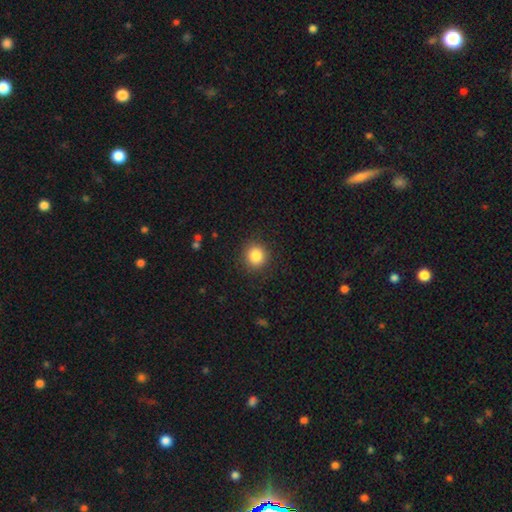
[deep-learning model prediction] Smooth or featured?
  - smooth: 85% *
  - star or artifact: 11%
  - featured or disk: 5%
How rounded?
  - round: 92% *
  - in between: 7%
  - cigar-shaped: 1%
Merging?
  - none: 90% *
  - minor disturbance: 6%
  - major disturbance: 2%
  - merger: 1%